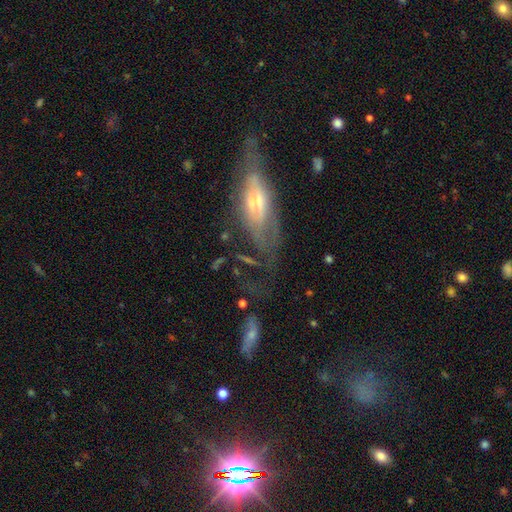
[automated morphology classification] type=featured or disk (63%); edge-on=no (59%); merging=none (58%).